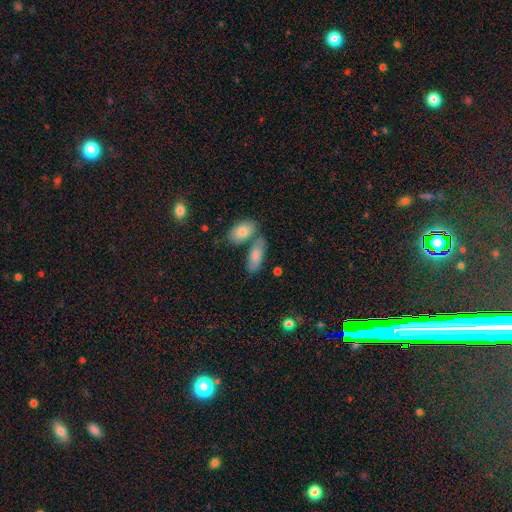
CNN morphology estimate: Smooth or featured? Predicted: smooth (p=0.80). How rounded? Predicted: in between (p=0.85). Merging? Predicted: none (p=0.54).